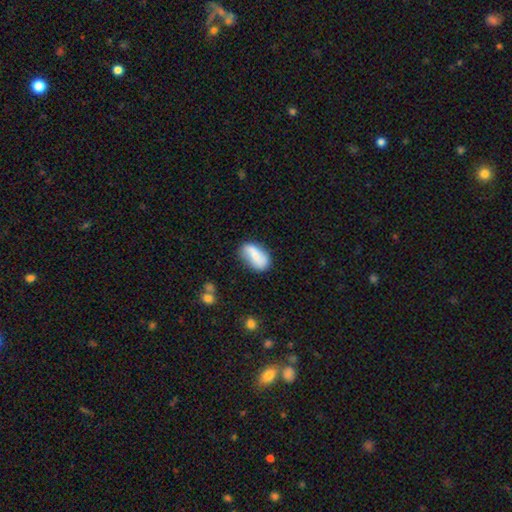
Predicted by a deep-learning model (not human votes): Smooth or featured: smooth — 68% (featured or disk — 25%)
How rounded: in between — 89% (round — 5%)
Merging: none — 67% (minor disturbance — 23%)